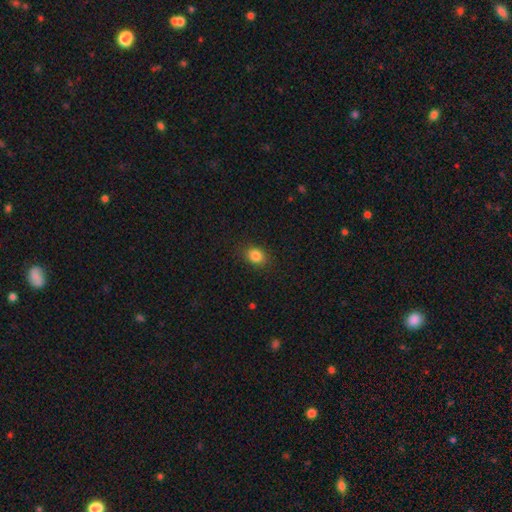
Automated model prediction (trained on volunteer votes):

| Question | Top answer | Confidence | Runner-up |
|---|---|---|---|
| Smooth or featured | smooth | 85% | star or artifact (10%) |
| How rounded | in between | 54% | round (45%) |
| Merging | none | 87% | minor disturbance (9%) |